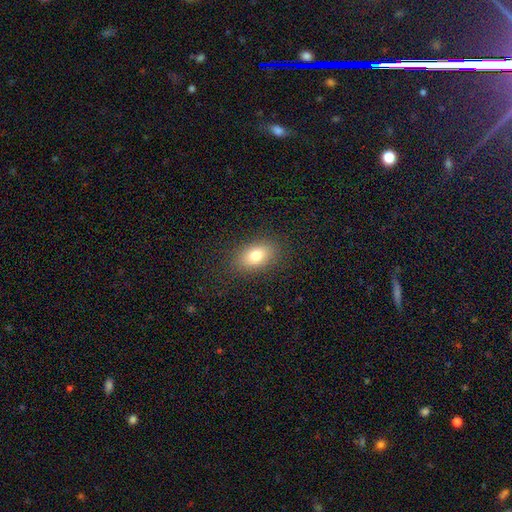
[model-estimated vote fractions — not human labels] Smooth or featured? Predicted: smooth (p=0.78). How rounded? Predicted: in between (p=0.85). Merging? Predicted: none (p=0.87).